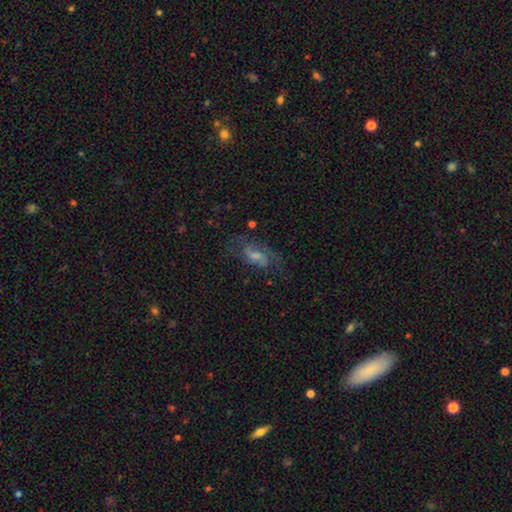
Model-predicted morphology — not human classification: A featured or disk galaxy (64%) with a weak bar (46%), 2 (69%) medium (47%) spiral arms (85%) and a moderate central bulge (42%). Merging: none (65%).